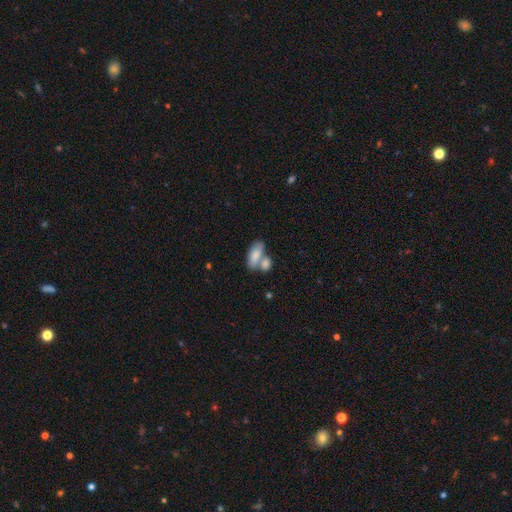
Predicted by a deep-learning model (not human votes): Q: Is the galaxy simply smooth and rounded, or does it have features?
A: smooth — 80%.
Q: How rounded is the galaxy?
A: in between — 85%.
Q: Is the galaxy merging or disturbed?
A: merger — 52%.